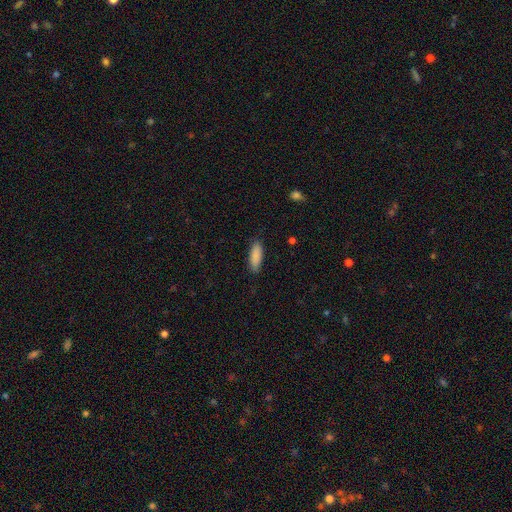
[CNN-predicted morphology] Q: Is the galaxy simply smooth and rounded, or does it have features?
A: smooth — 89%.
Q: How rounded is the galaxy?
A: in between — 58%.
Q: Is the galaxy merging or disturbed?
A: none — 86%.